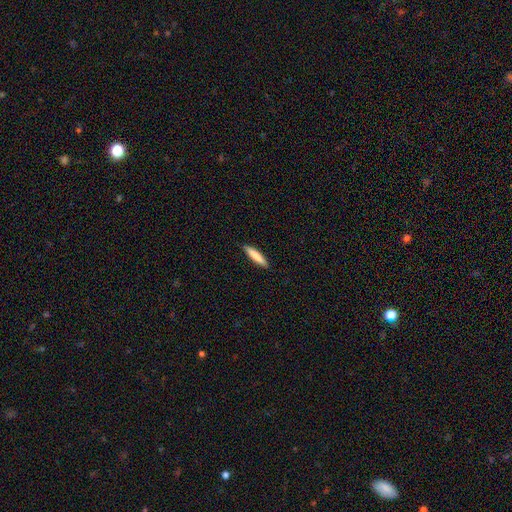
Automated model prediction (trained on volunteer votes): smooth 82%, featured or disk 13%, star or artifact 5%. Down the decision tree: how rounded — cigar-shaped (87%); merging — none (90%).